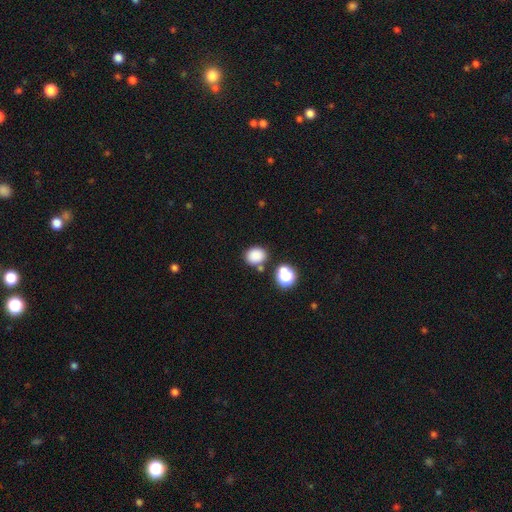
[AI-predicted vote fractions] This appears to be a smooth galaxy with no disk features (83%) that is round (60%). Merging: none (74%).